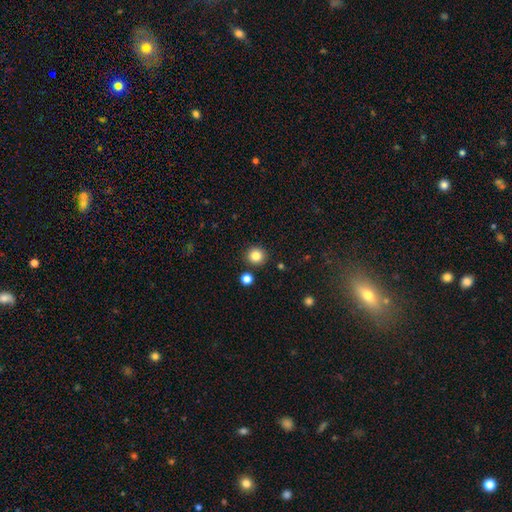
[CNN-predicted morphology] Smooth or featured?
  - smooth: 84% *
  - star or artifact: 11%
  - featured or disk: 5%
How rounded?
  - round: 93% *
  - in between: 6%
  - cigar-shaped: 1%
Merging?
  - none: 90% *
  - minor disturbance: 6%
  - merger: 3%
  - major disturbance: 2%